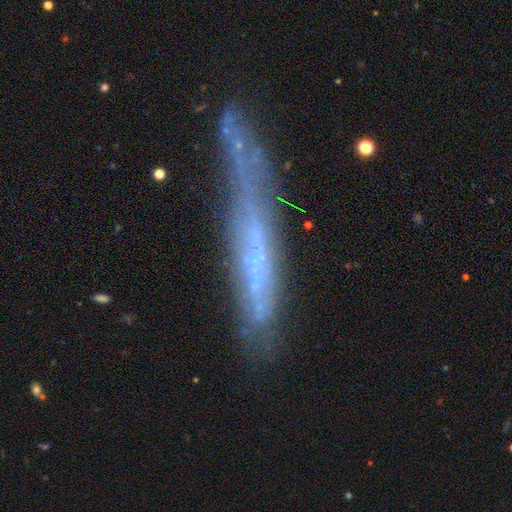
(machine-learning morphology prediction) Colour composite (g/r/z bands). It shows a featured or disk galaxy (59%) viewed edge-on (75%). Merging: none (55%).